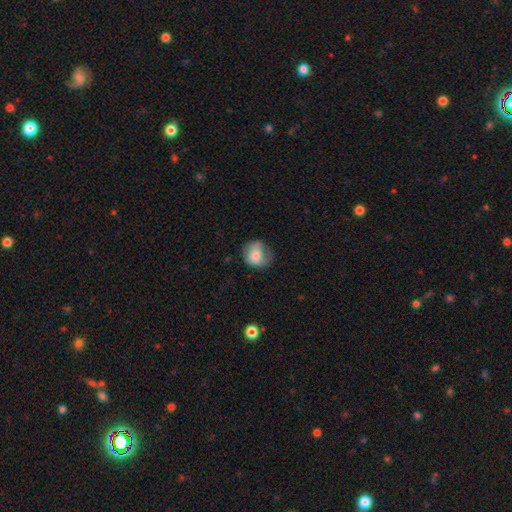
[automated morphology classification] This is likely a smooth galaxy (71%). How rounded: likely round (73%). Merging: possibly none (54%).